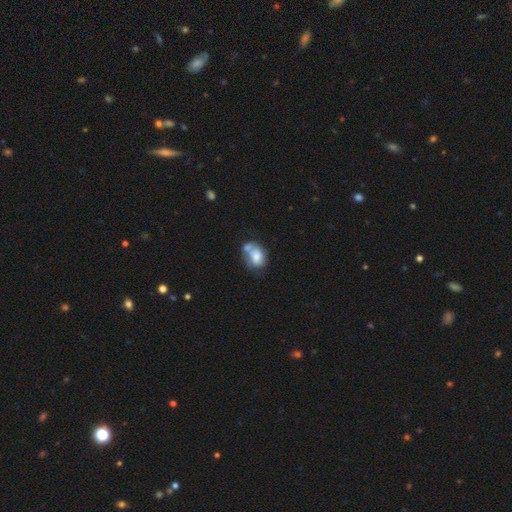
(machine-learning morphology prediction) smooth-or-featured: smooth: 67% | featured or disk: 25% | star or artifact: 8%
  how-rounded: in between: 73% | round: 26% | cigar-shaped: 1%
  merging: merger: 45% | none: 25% | minor disturbance: 18% | major disturbance: 11%